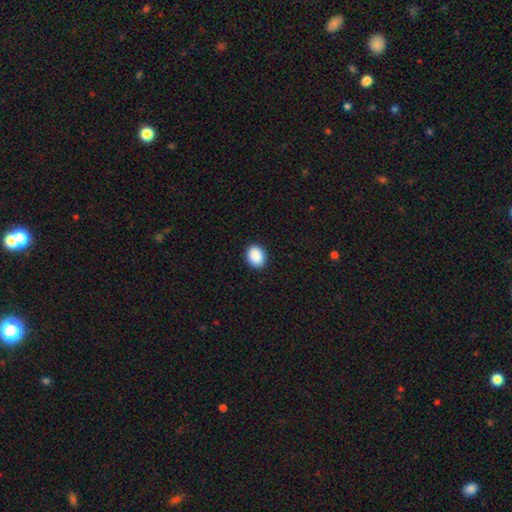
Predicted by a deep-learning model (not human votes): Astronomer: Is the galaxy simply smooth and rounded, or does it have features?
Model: smooth — 91%.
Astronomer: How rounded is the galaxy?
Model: in between — 70%.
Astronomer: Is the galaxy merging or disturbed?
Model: none — 91%.